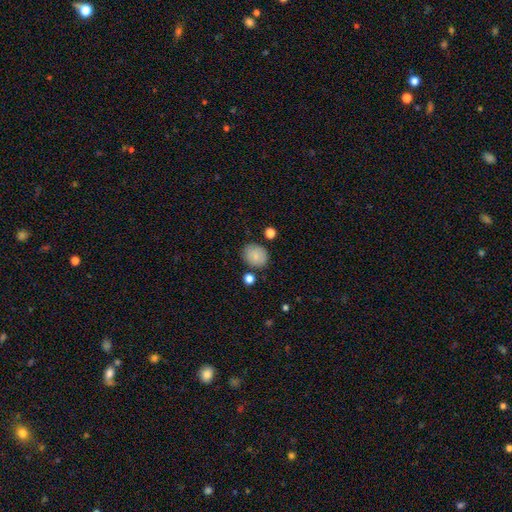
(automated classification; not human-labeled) Morphology: type=smooth (83%); roundness=round (66%); merging=none (80%).